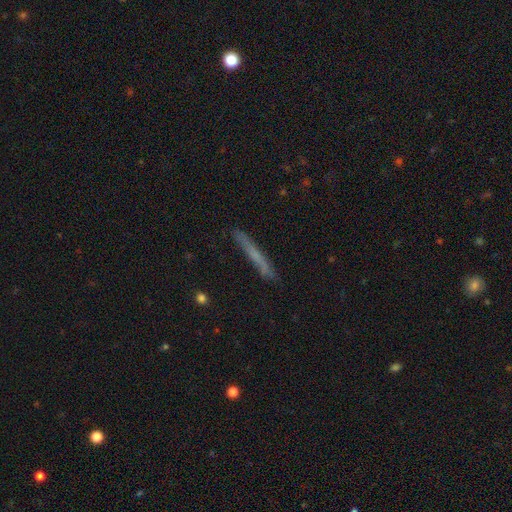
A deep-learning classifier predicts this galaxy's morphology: type=smooth (55%); roundness=cigar-shaped (96%); merging=none (85%).